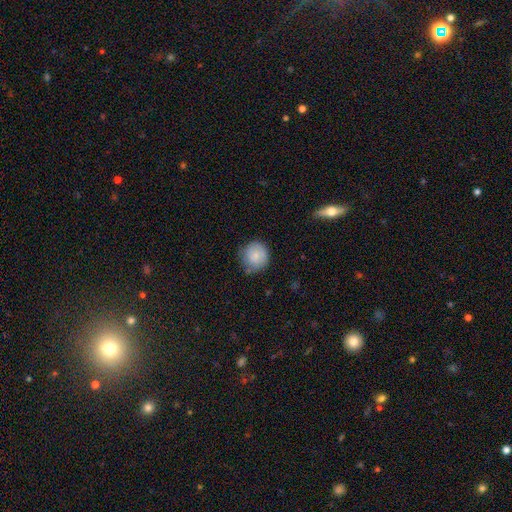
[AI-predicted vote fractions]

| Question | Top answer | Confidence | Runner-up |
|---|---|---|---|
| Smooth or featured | smooth | 78% | featured or disk (15%) |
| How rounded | round | 89% | in between (10%) |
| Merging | none | 66% | minor disturbance (27%) |